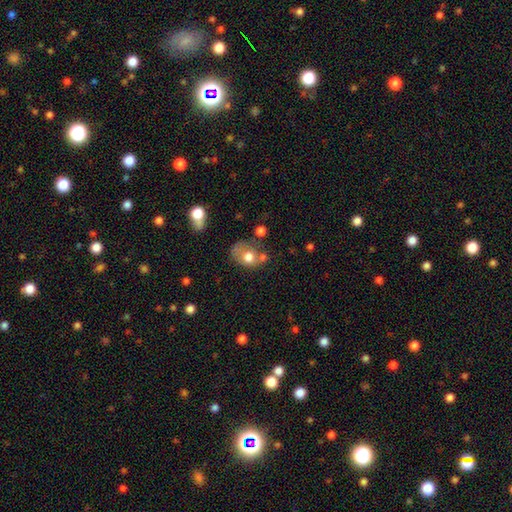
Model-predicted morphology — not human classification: Smooth or featured?
  - smooth: 62% *
  - featured or disk: 23%
  - star or artifact: 15%
How rounded?
  - round: 54% *
  - in between: 44%
  - cigar-shaped: 1%
Merging?
  - none: 43% *
  - merger: 23%
  - minor disturbance: 20%
  - major disturbance: 14%